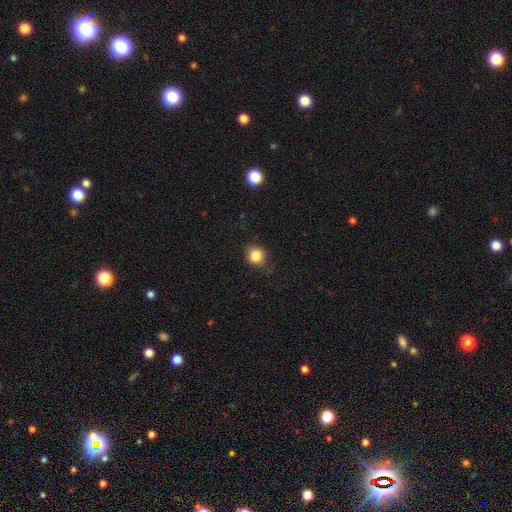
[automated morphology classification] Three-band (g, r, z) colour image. It shows a smooth galaxy with no disk features (84%) that is round (82%). Merging: none (75%).